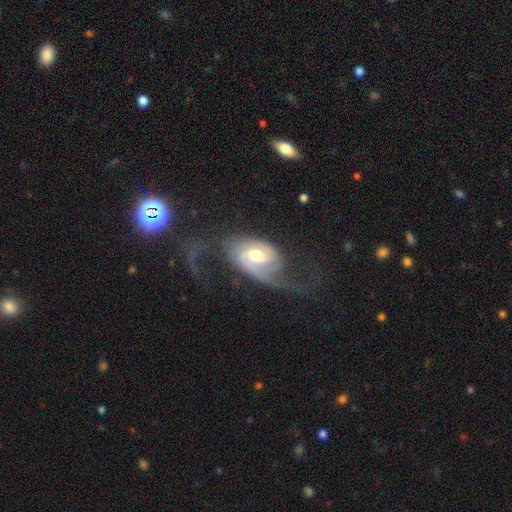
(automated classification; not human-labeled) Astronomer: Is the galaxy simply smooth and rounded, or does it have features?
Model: featured or disk — 80%.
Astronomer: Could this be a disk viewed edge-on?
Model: no — 96%.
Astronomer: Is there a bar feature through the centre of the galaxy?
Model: weak — 44% (runner-up: no, 43%).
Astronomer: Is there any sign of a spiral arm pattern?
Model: yes — 91%.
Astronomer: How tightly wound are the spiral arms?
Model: loose — 50% (runner-up: medium, 34%).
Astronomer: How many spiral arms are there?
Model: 2 — 75%.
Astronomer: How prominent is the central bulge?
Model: moderate — 65%.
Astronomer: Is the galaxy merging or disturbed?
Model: none — 41% (runner-up: major disturbance, 38%).